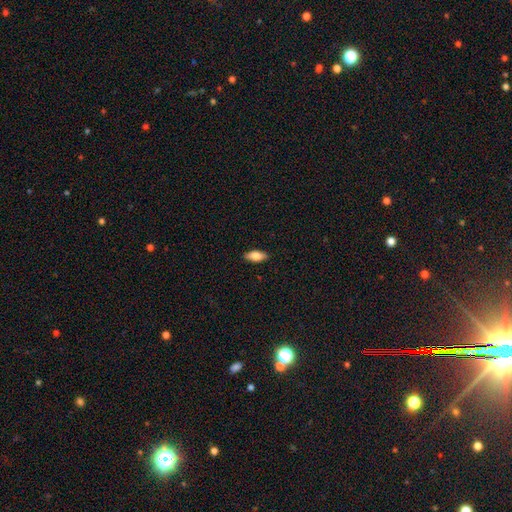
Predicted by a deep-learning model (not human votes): Smooth or featured? Predicted: smooth (p=0.81). How rounded? Predicted: in between (p=0.84). Merging? Predicted: none (p=0.89).